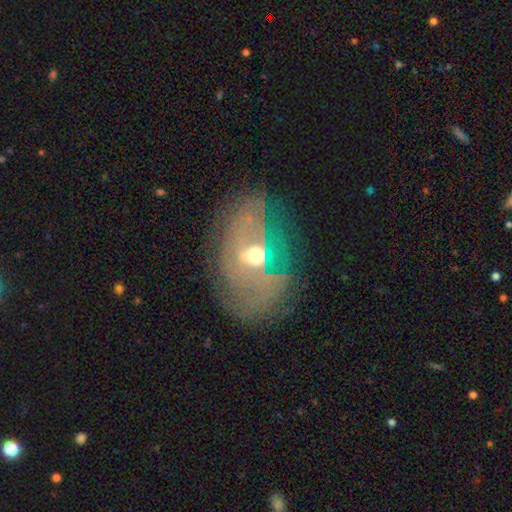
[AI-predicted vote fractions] A featured or disk galaxy (72%) with no bar (44%), no spiral arms (52%) and a moderate central bulge (68%). Merging: none (55%).